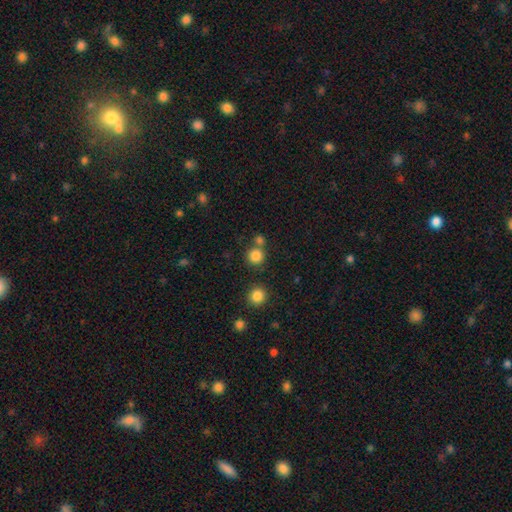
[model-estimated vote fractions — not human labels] Smooth or featured: smooth — 83% (star or artifact — 13%)
How rounded: round — 92% (in between — 7%)
Merging: none — 72% (merger — 18%)